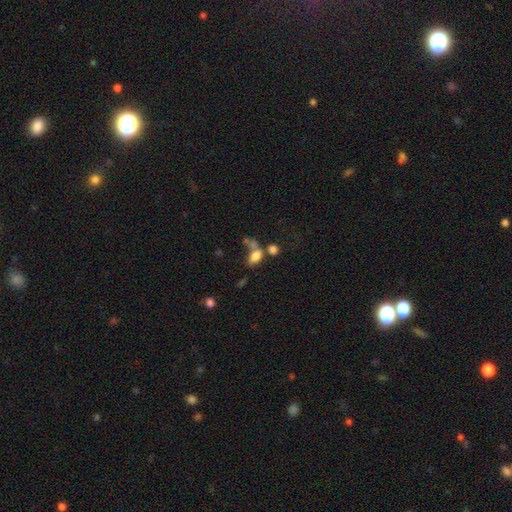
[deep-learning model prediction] Smooth or featured?
  - smooth: 76% *
  - featured or disk: 13%
  - star or artifact: 12%
How rounded?
  - in between: 85% *
  - round: 11%
  - cigar-shaped: 4%
Merging?
  - merger: 41% *
  - none: 30%
  - major disturbance: 15%
  - minor disturbance: 13%